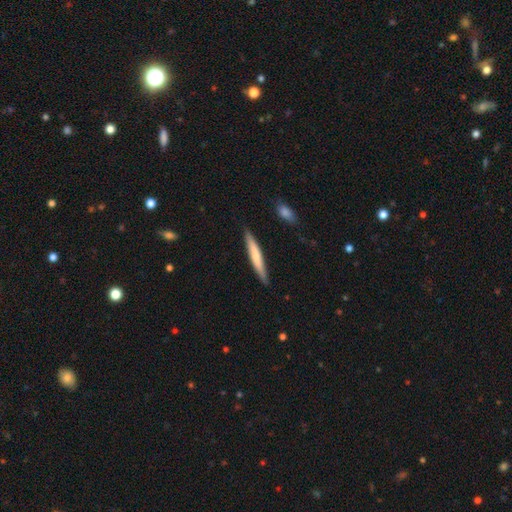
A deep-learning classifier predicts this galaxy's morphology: smooth 64%, featured or disk 31%, star or artifact 5%. Down the decision tree: how rounded — cigar-shaped (95%); merging — none (87%).